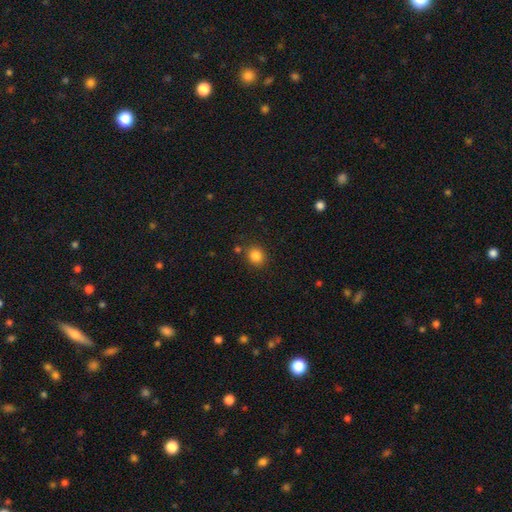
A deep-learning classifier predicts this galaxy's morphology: This appears to be a smooth galaxy with no disk features (84%) that is round (78%). Merging: none (82%).